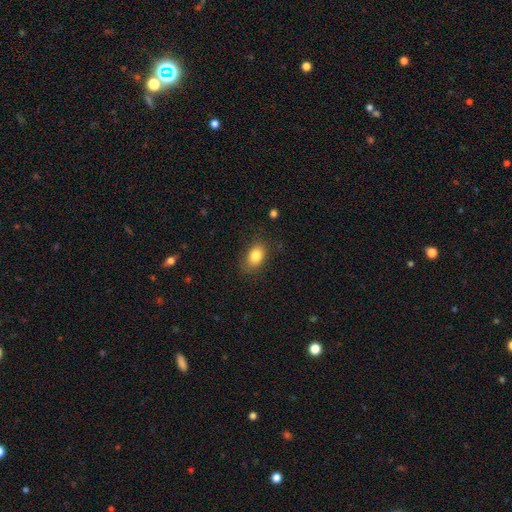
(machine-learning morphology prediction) Smooth or featured? smooth (83%)
How rounded? in between (81%)
Merging? none (79%)